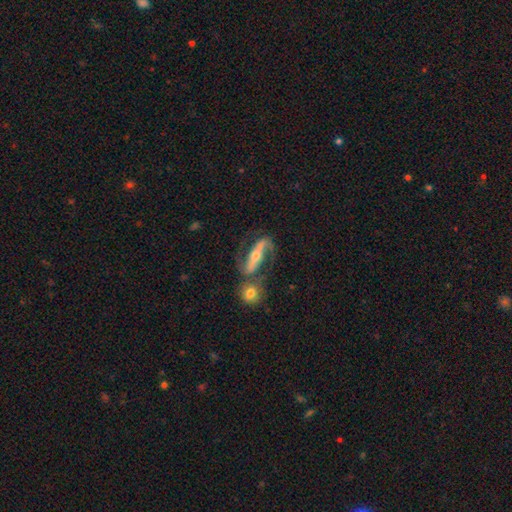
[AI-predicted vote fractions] This appears to be a featured or disk galaxy (82%) with a strong bar (65%), 2 (89%) medium (43%) spiral arms (90%) and a moderate central bulge (55%). Merging: none (60%).